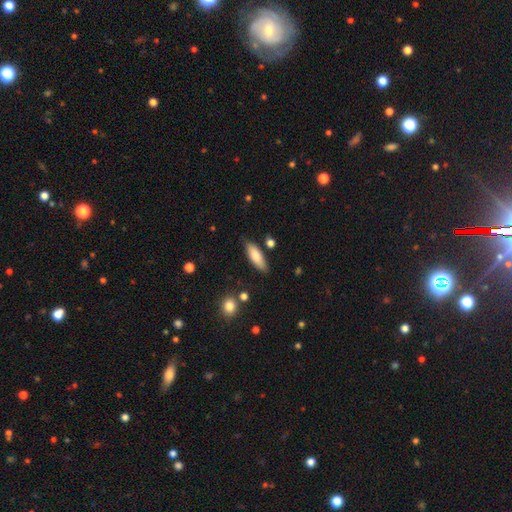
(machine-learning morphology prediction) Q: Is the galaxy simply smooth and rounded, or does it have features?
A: smooth — 79%.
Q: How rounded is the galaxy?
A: in between — 60%.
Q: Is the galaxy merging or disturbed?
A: none — 80%.